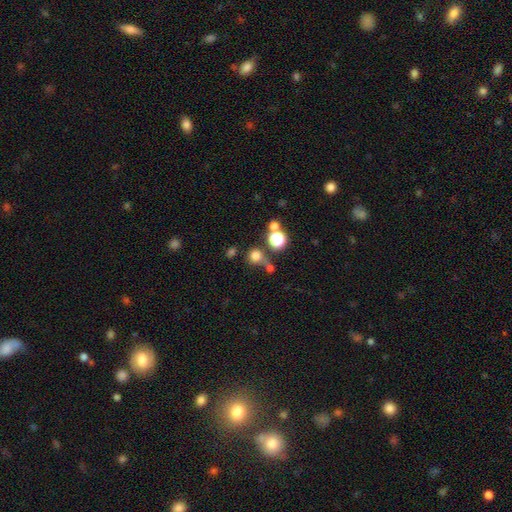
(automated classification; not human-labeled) Morphology: type=smooth (73%); roundness=round (89%); merging=none (60%).